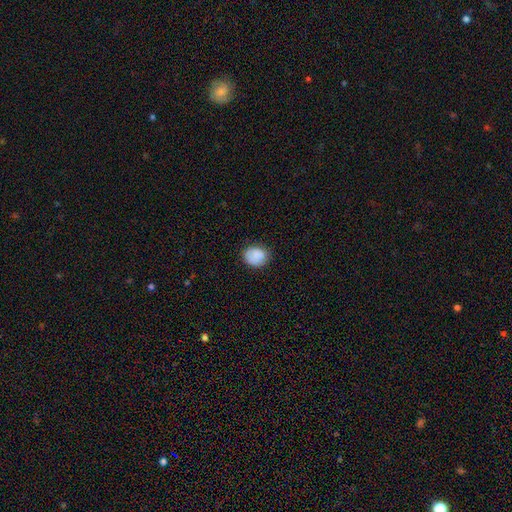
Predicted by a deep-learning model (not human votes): Morphology: type=smooth (87%); roundness=round (58%); merging=none (79%).